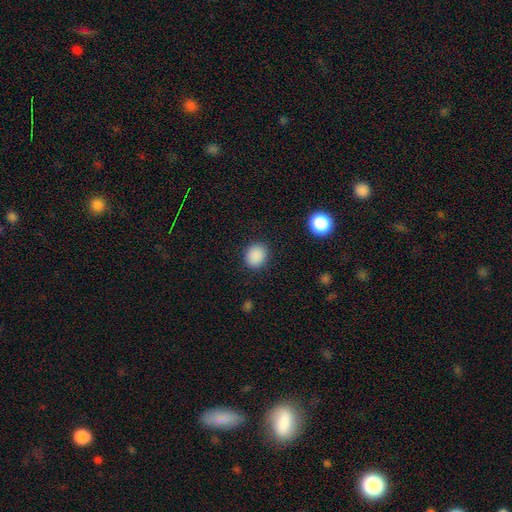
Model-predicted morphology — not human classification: This appears to be a smooth galaxy with no disk features (88%) that is round (69%). Merging: none (89%).